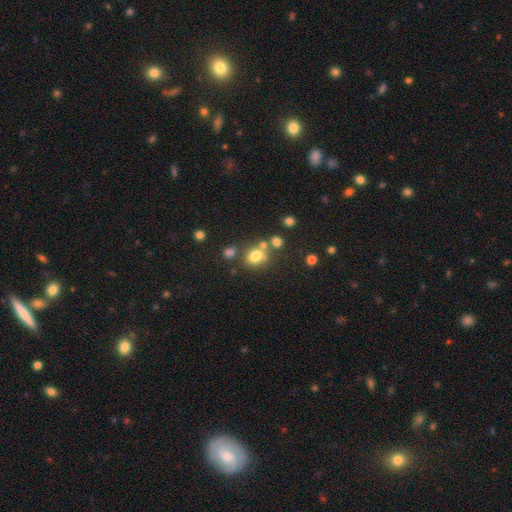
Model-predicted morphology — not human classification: smooth-or-featured: smooth: 74% | star or artifact: 15% | featured or disk: 11%
  how-rounded: round: 67% | in between: 32% | cigar-shaped: 1%
  merging: none: 60% | merger: 21% | minor disturbance: 13% | major disturbance: 6%